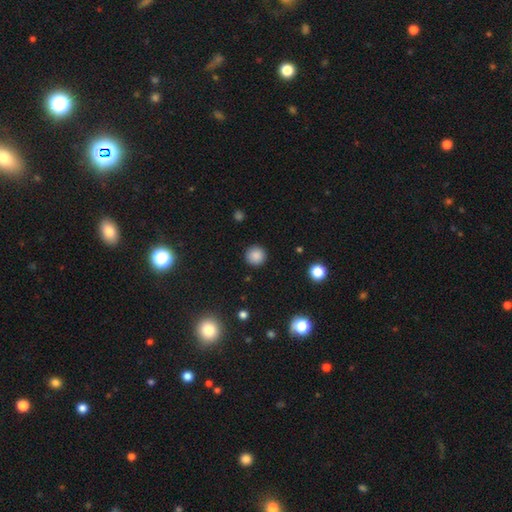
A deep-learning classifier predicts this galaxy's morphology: Smooth or featured: smooth — 86% (star or artifact — 10%)
How rounded: round — 95% (in between — 4%)
Merging: none — 91% (minor disturbance — 6%)